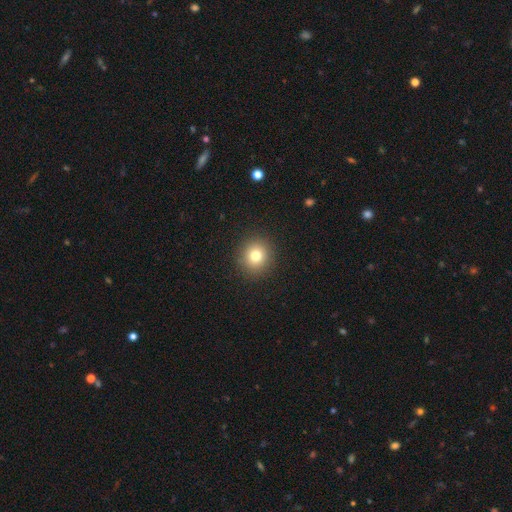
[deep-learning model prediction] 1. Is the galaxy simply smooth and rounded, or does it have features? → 78% smooth, 13% star or artifact, 9% featured or disk.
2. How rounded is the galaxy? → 90% round, 9% in between, 1% cigar-shaped.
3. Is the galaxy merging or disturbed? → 91% none, 6% minor disturbance, 2% major disturbance, 1% merger.